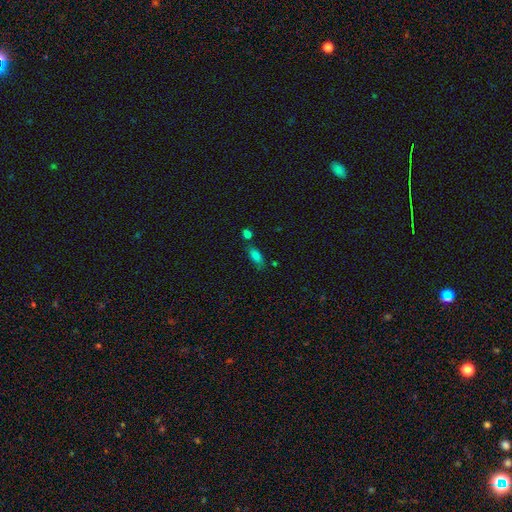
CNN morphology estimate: type=smooth (80%); roundness=in between (82%); merging=none (60%).